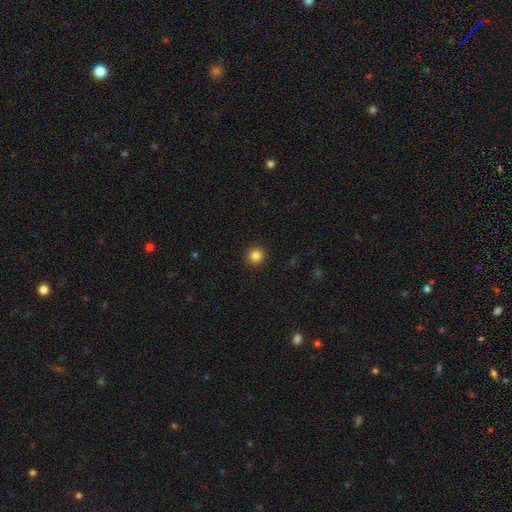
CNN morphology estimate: A smooth galaxy with no disk features (85%) that is round (94%).

Vote fractions:
- Smooth or featured? smooth: 85% / star or artifact: 11% / featured or disk: 4%
- How rounded? round: 94% / in between: 5% / cigar-shaped: 1%
- Merging? none: 93% / minor disturbance: 5% / major disturbance: 2% / merger: 1%